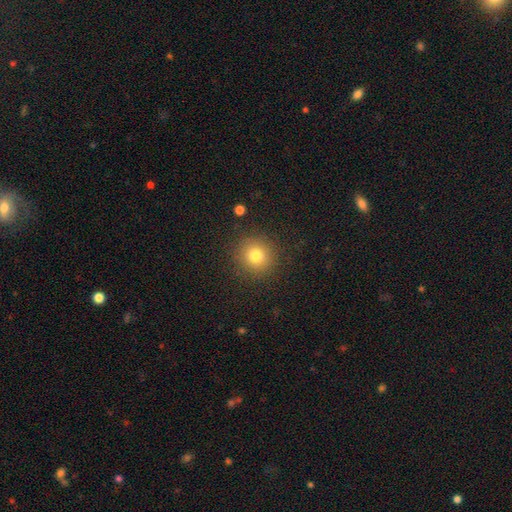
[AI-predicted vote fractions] Overall: smooth (78%). How rounded: round (91%). Merging: none (89%).